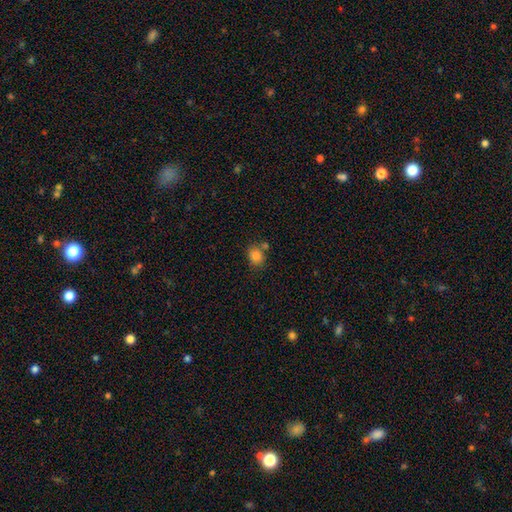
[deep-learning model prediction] This appears to be a smooth galaxy with no disk features (84%) that is round (60%). Merging: none (63%).